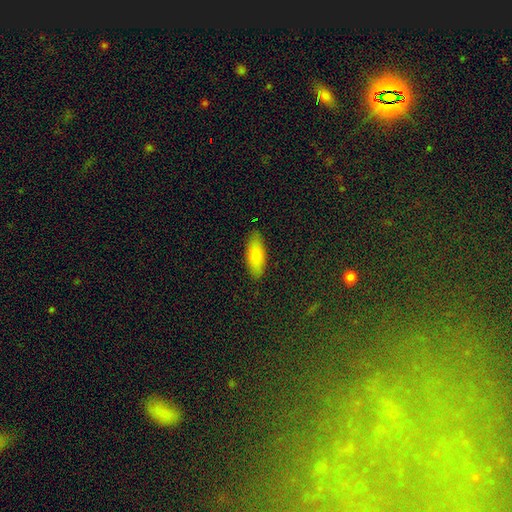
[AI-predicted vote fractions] Smooth or featured?
  - smooth: 75% *
  - featured or disk: 18%
  - star or artifact: 7%
How rounded?
  - in between: 79% *
  - cigar-shaped: 19%
  - round: 3%
Merging?
  - none: 87% *
  - minor disturbance: 10%
  - major disturbance: 2%
  - merger: 1%